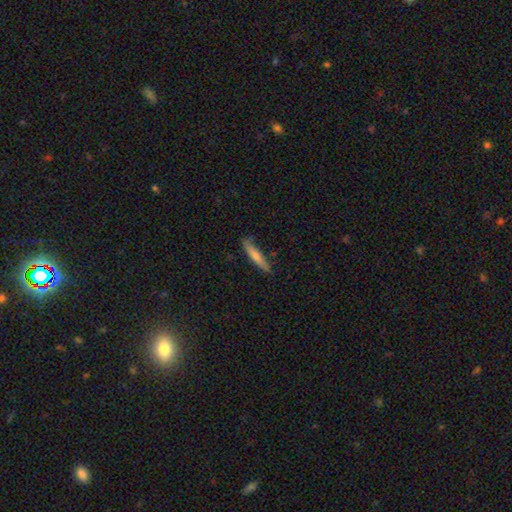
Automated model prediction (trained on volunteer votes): smooth 70%, featured or disk 24%, star or artifact 6%. Down the decision tree: how rounded — cigar-shaped (90%); merging — none (76%).